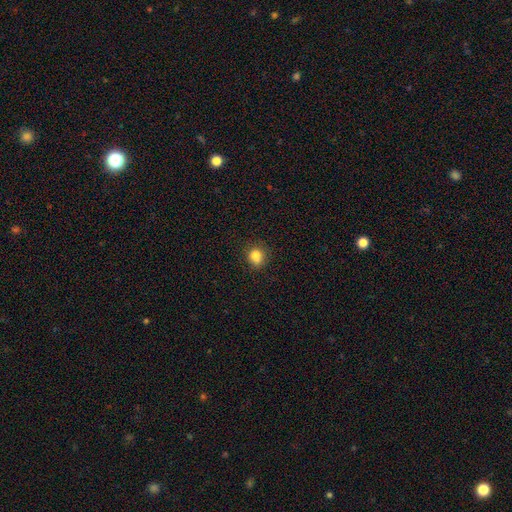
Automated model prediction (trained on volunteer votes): smooth-or-featured: smooth: 83% | star or artifact: 12% | featured or disk: 5%
  how-rounded: round: 74% | in between: 25% | cigar-shaped: 1%
  merging: none: 78% | minor disturbance: 16% | major disturbance: 4% | merger: 3%